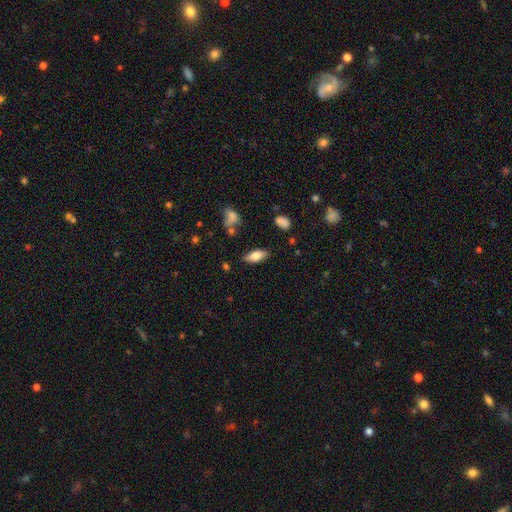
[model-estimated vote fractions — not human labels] Q: Smooth or featured?
A: smooth (75%); runner-up: featured or disk (17%)
Q: How rounded?
A: in between (82%); runner-up: cigar-shaped (15%)
Q: Merging?
A: none (83%); runner-up: minor disturbance (11%)